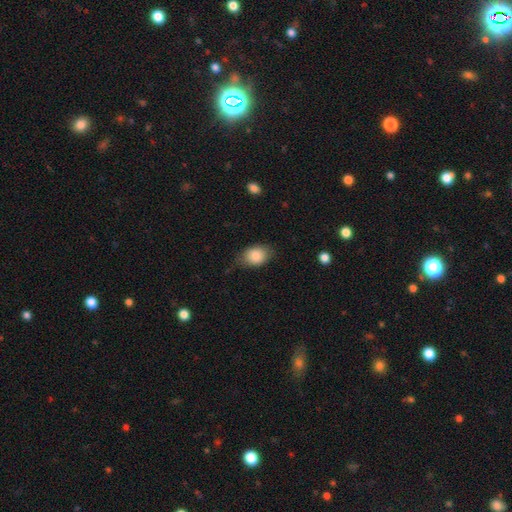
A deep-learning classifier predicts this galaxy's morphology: smooth 85%, featured or disk 8%, star or artifact 7%. Down the decision tree: how rounded — in between (71%); merging — none (64%).